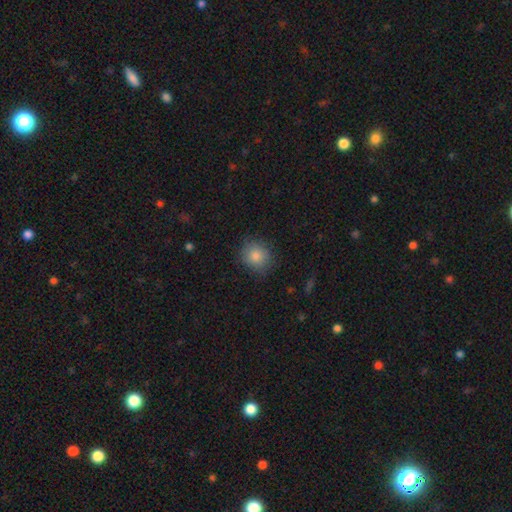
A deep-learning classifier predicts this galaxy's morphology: type=smooth (83%); roundness=round (82%); merging=none (85%).